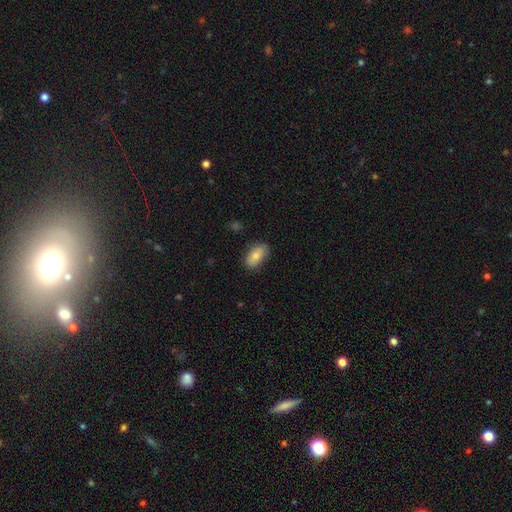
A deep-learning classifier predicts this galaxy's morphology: Smooth or featured? Predicted: smooth (p=0.81). How rounded? Predicted: in between (p=0.92). Merging? Predicted: none (p=0.82).